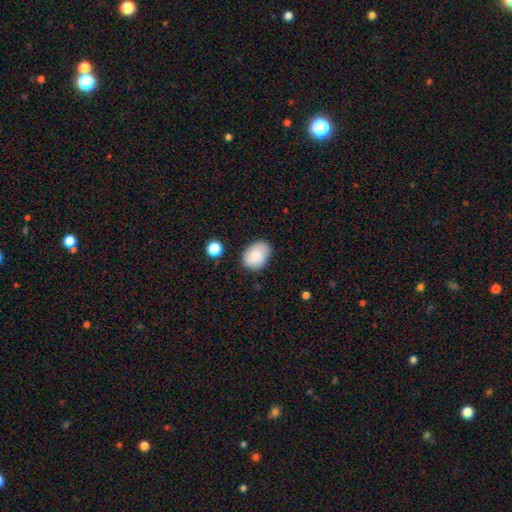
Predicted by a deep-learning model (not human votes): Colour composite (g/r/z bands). It shows a smooth galaxy with no disk features (85%) that is in between round and cigar-shaped (76%). Merging: none (72%).